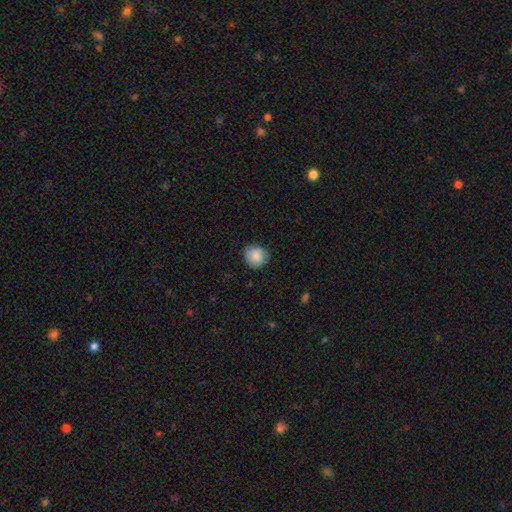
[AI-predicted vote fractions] Overall: smooth (87%). How rounded: round (92%). Merging: none (85%).